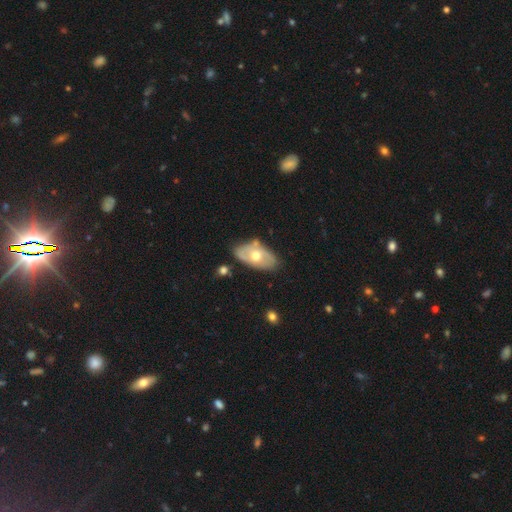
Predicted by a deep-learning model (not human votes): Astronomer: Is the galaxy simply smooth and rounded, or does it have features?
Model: featured or disk — 51% (runner-up: smooth, 43%).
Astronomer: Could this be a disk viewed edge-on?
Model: no — 86%.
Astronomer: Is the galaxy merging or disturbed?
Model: none — 70%.